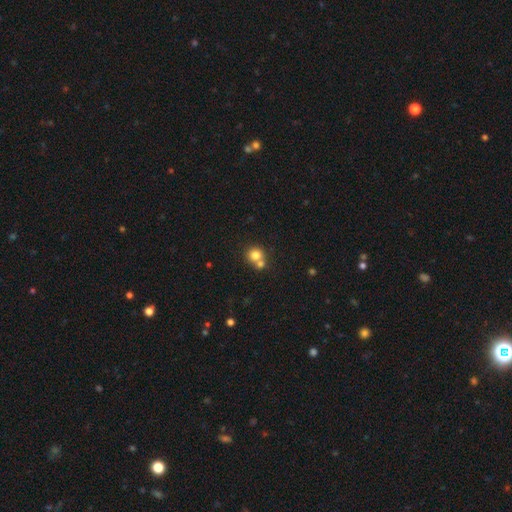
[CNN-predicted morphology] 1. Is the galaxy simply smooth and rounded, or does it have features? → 78% smooth, 11% star or artifact, 11% featured or disk.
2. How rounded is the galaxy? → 87% round, 12% in between, 1% cigar-shaped.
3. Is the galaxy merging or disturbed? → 49% none, 41% merger, 7% minor disturbance, 3% major disturbance.